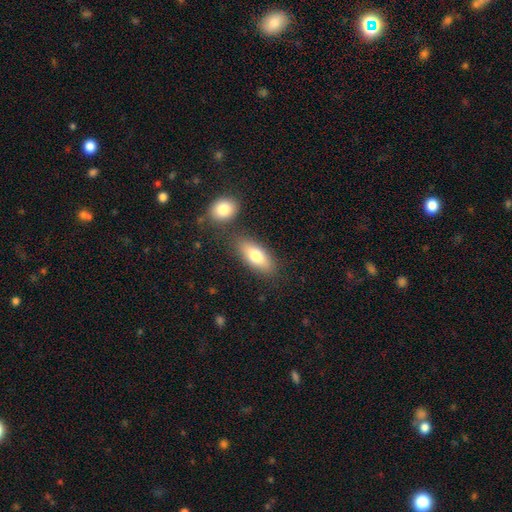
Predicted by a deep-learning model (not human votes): Overall: smooth (77%). How rounded: in between (81%). Merging: none (75%).